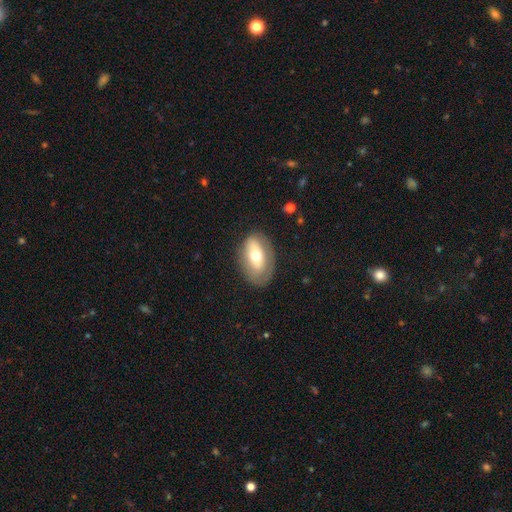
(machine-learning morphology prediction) Smooth or featured?
  - smooth: 53% *
  - featured or disk: 41%
  - star or artifact: 7%
How rounded?
  - in between: 88% *
  - round: 9%
  - cigar-shaped: 3%
Merging?
  - none: 73% *
  - minor disturbance: 18%
  - major disturbance: 8%
  - merger: 1%